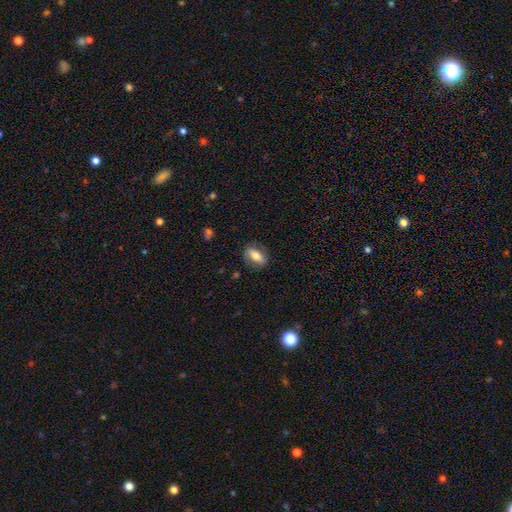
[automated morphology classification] The model was most divided on "smooth or featured": smooth: 60%, featured or disk: 33%, star or artifact: 7%. More confident: how rounded — in between (79%); merging — none (77%).